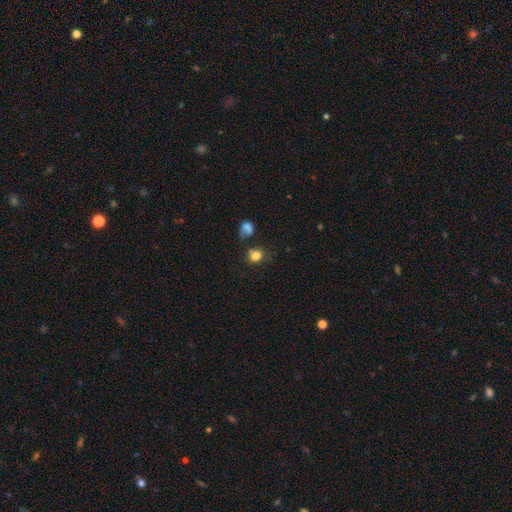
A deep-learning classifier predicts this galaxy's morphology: smooth_or_featured: smooth (p=0.80) [alt: star or artifact p=0.12]
how_rounded: round (p=0.65) [alt: in between p=0.34]
merging: none (p=0.58) [alt: minor disturbance p=0.20]